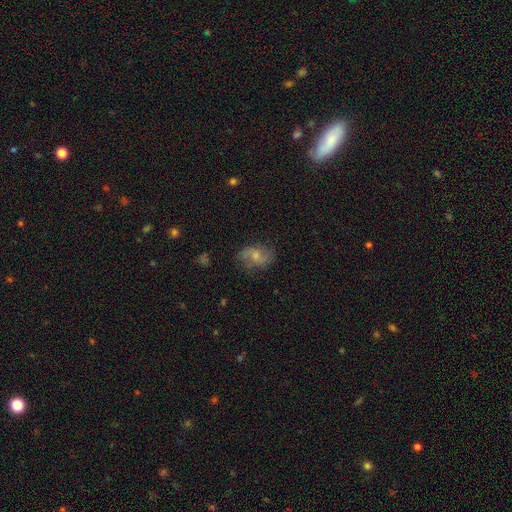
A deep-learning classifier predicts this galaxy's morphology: Overall: featured or disk (54%; smooth 37%). Edge-on disk: no (96%). Bar: no (59%; weak 34%). Spiral arms: yes (85%). Bulge size: small (48%; moderate 42%). Merging: none (70%).